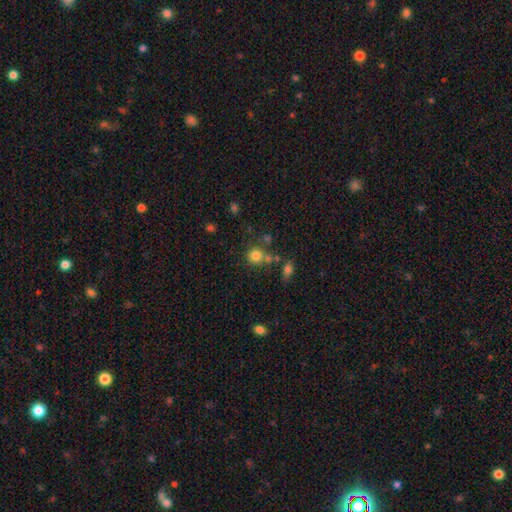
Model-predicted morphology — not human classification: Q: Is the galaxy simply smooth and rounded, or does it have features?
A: smooth — 79%.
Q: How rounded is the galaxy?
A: round — 87%.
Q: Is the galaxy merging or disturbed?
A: none — 65%.